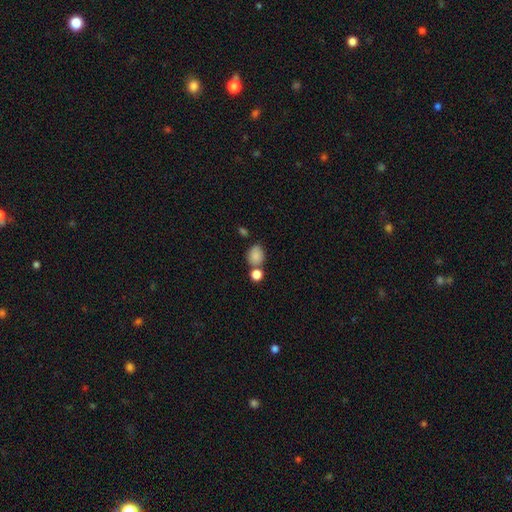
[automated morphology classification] Smooth or featured? Predicted: smooth (p=0.84). How rounded? Predicted: in between (p=0.53). Merging? Predicted: none (p=0.58).